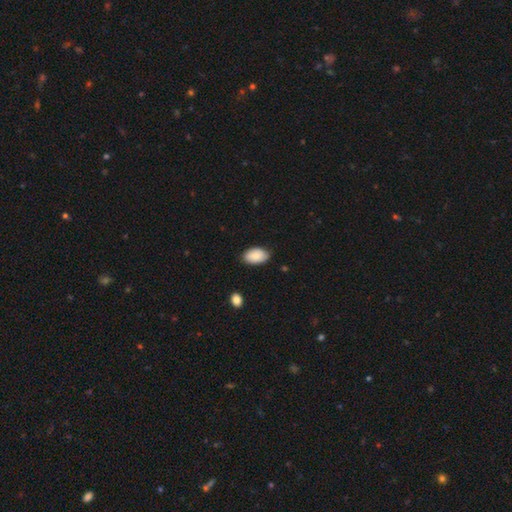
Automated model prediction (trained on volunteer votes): This is clearly a smooth galaxy (87%). How rounded: clearly in between (94%). Merging: clearly none (80%).